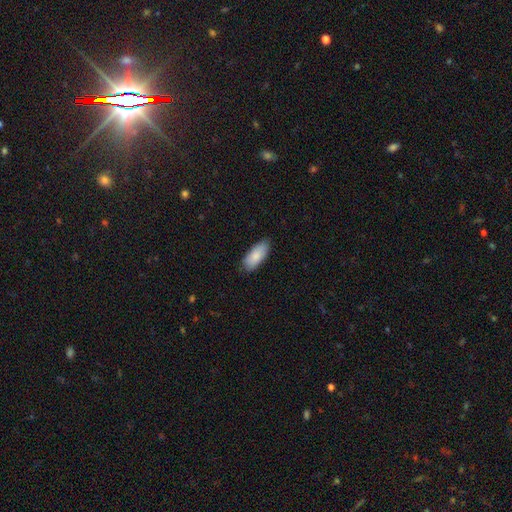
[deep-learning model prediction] smooth-or-featured: smooth: 86% | featured or disk: 8% | star or artifact: 6%
  how-rounded: in between: 88% | cigar-shaped: 10% | round: 2%
  merging: none: 82% | minor disturbance: 14% | major disturbance: 2% | merger: 1%